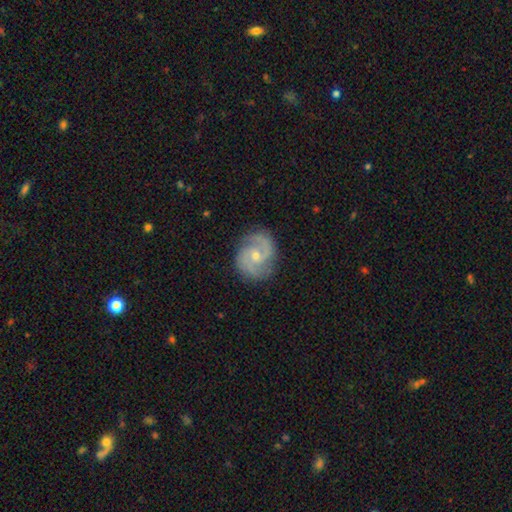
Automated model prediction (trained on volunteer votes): This is clearly a featured or disk galaxy (88%). It is clearly not viewed edge-on (98%). Bar: possibly no (60%). Spiral arm pattern: clearly yes (97%). Spiral arm count: clearly 2 (84%). Spiral winding: possibly medium (54%). Central bulge: possibly small (57%). Merging: clearly none (82%).